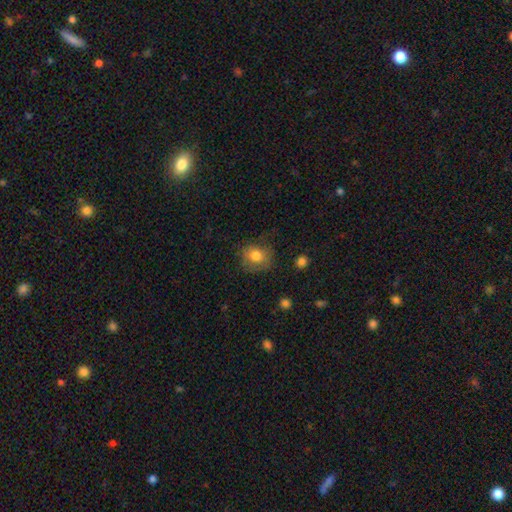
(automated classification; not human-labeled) Smooth or featured? Predicted: smooth (p=0.76). How rounded? Predicted: round (p=0.73). Merging? Predicted: none (p=0.66).